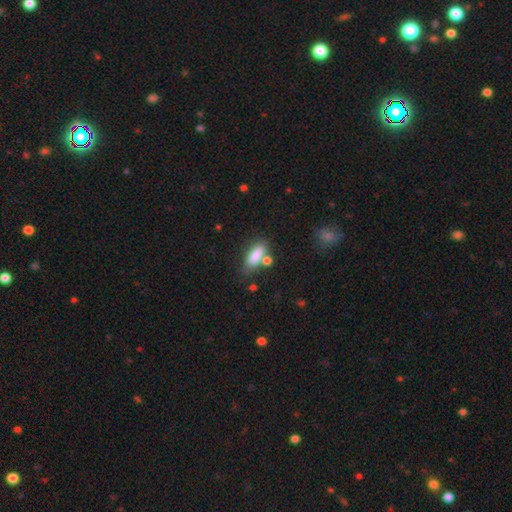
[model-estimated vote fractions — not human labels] smooth 82%, featured or disk 10%, star or artifact 8%. Down the decision tree: how rounded — in between (68%); merging — none (56%).